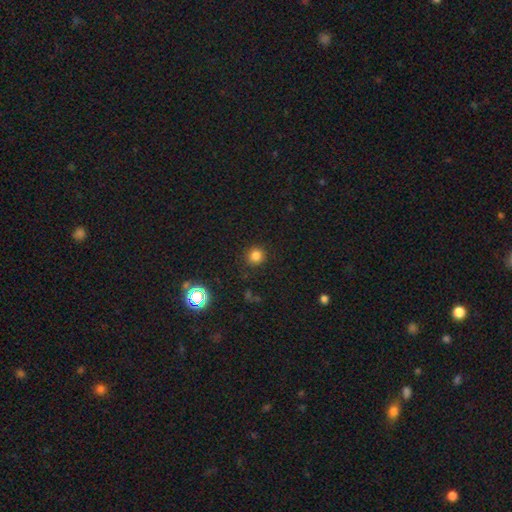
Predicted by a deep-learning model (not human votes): A smooth galaxy with no disk features (79%) that is round (93%).

Vote fractions:
- Smooth or featured? smooth: 79% / star or artifact: 16% / featured or disk: 5%
- How rounded? round: 93% / in between: 6% / cigar-shaped: 1%
- Merging? none: 89% / minor disturbance: 7% / major disturbance: 3% / merger: 1%